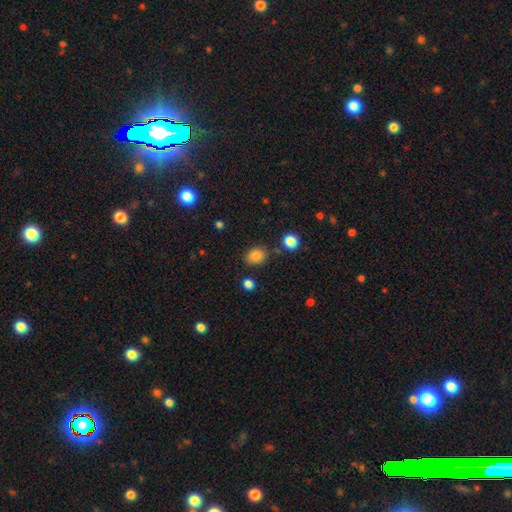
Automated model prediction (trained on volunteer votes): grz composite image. It shows a smooth galaxy with no disk features (84%) that is round (56%). Merging: none (80%).